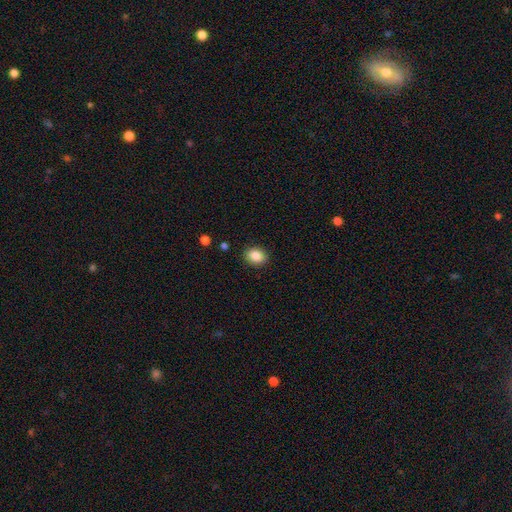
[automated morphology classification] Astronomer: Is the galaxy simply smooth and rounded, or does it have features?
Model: smooth — 86%.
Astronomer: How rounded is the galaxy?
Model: in between — 53% (runner-up: round, 46%).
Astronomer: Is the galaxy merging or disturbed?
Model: none — 89%.